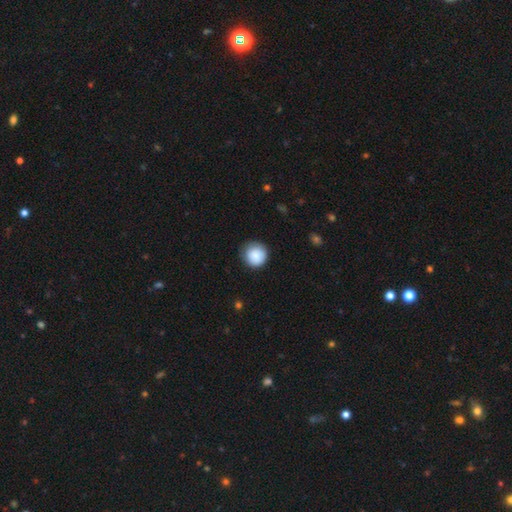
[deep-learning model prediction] This appears to be a smooth galaxy with no disk features (87%) that is round (94%). Merging: none (80%).